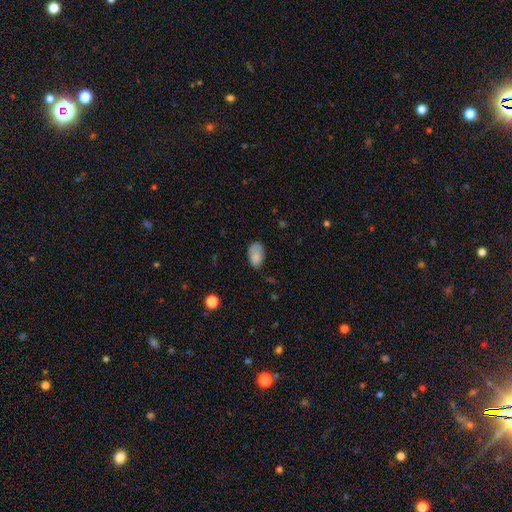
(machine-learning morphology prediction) smooth 80%, featured or disk 11%, star or artifact 9%. Down the decision tree: how rounded — in between (90%); merging — none (55%).